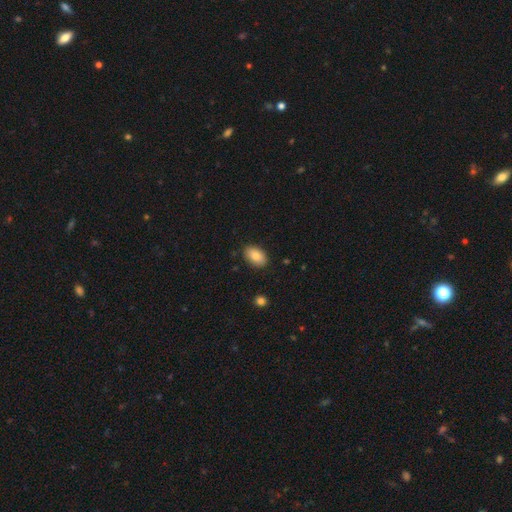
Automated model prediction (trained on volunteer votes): Smooth or featured?
  - smooth: 83% *
  - featured or disk: 9%
  - star or artifact: 7%
How rounded?
  - in between: 91% *
  - round: 7%
  - cigar-shaped: 1%
Merging?
  - none: 86% *
  - minor disturbance: 10%
  - major disturbance: 2%
  - merger: 1%